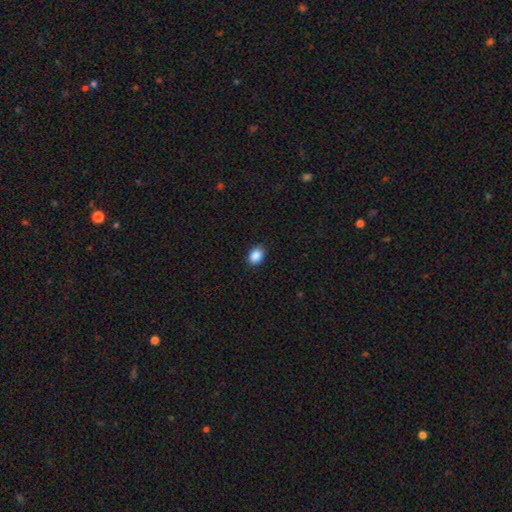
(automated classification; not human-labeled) smooth_or_featured: smooth (p=0.89) [alt: star or artifact p=0.08]
how_rounded: in between (p=0.76) [alt: round p=0.23]
merging: none (p=0.87) [alt: minor disturbance p=0.10]